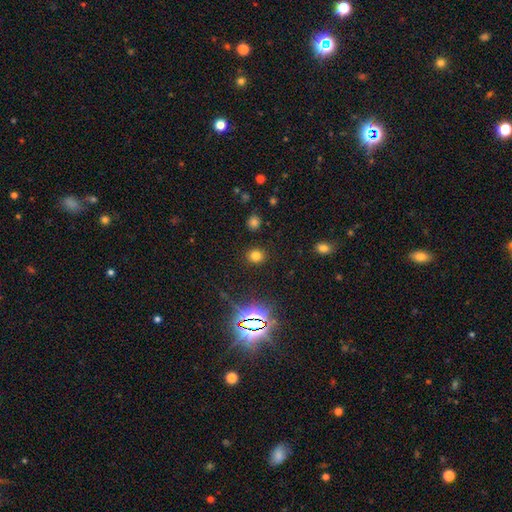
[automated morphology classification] smooth_or_featured: smooth (p=0.72) [alt: star or artifact p=0.22]
how_rounded: round (p=0.81) [alt: in between p=0.18]
merging: none (p=0.89) [alt: minor disturbance p=0.06]